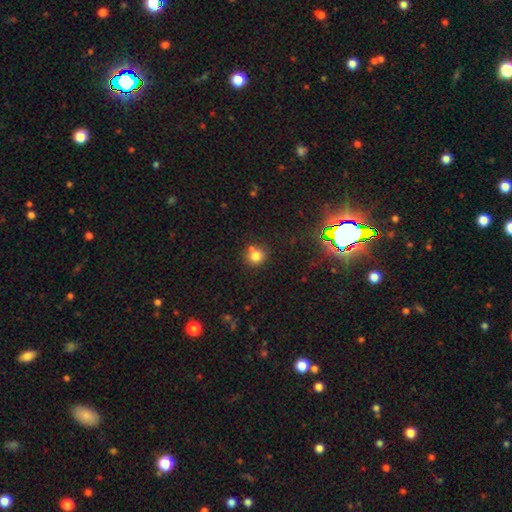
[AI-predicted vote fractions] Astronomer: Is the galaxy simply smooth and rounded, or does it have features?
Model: smooth — 77%.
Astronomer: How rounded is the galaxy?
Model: round — 88%.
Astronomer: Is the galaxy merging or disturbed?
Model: none — 66%.